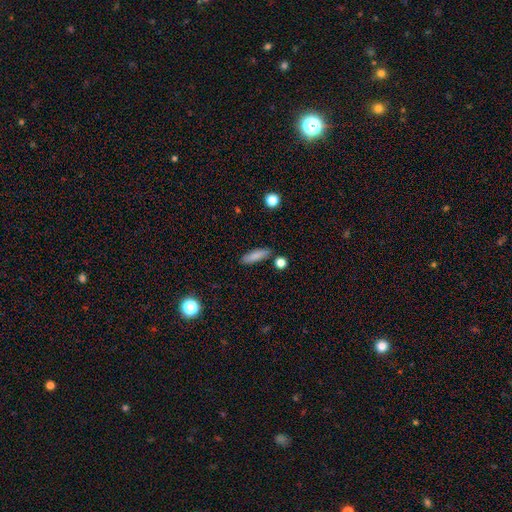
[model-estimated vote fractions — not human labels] smooth 83%, featured or disk 9%, star or artifact 8%. Down the decision tree: how rounded — cigar-shaped (57%); merging — none (82%).